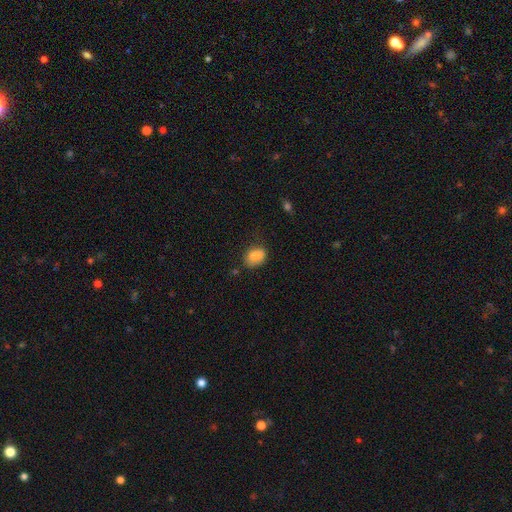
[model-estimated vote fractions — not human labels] smooth 77%, featured or disk 13%, star or artifact 10%. Down the decision tree: how rounded — in between (73%); merging — none (49%).